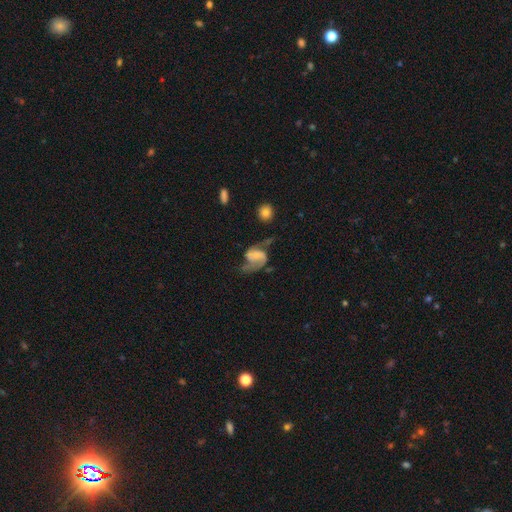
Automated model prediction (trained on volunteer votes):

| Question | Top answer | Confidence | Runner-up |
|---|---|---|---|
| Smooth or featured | featured or disk | 81% | smooth (13%) |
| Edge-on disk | no | 98% | yes (2%) |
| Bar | no | 44% | weak (41%) |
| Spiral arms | yes | 94% | no (6%) |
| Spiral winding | loose | 46% | medium (43%) |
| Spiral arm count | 2 | 88% | 1 (6%) |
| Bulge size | small | 41% | none (30%) |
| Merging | none | 50% | major disturbance (23%) |